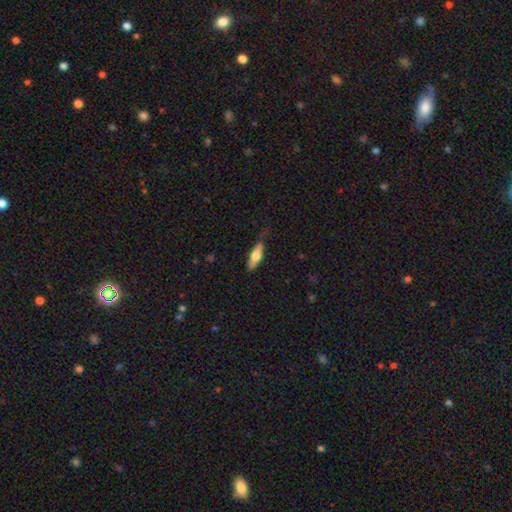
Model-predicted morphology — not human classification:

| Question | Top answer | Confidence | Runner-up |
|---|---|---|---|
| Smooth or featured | smooth | 59% | featured or disk (36%) |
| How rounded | cigar-shaped | 52% | in between (46%) |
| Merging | none | 69% | minor disturbance (24%) |